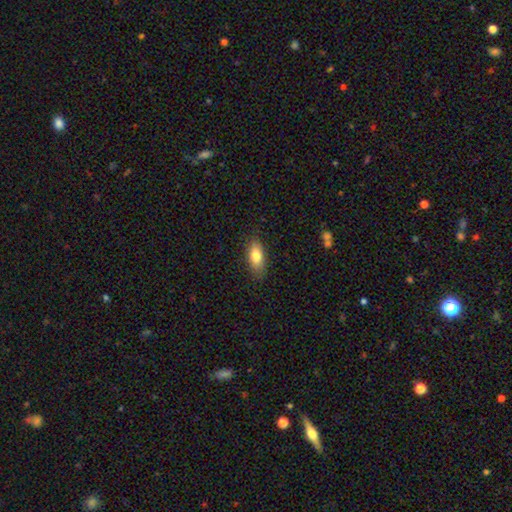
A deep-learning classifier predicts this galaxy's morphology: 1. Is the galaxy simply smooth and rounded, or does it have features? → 77% smooth, 15% featured or disk, 7% star or artifact.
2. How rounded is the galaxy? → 82% in between, 14% cigar-shaped, 4% round.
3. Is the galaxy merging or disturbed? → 84% none, 12% minor disturbance, 3% major disturbance, 1% merger.